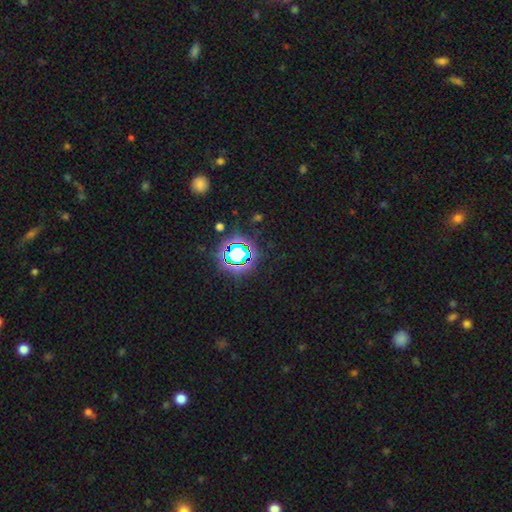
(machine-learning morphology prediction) smooth-or-featured: star or artifact: 81% | smooth: 12% | featured or disk: 7%